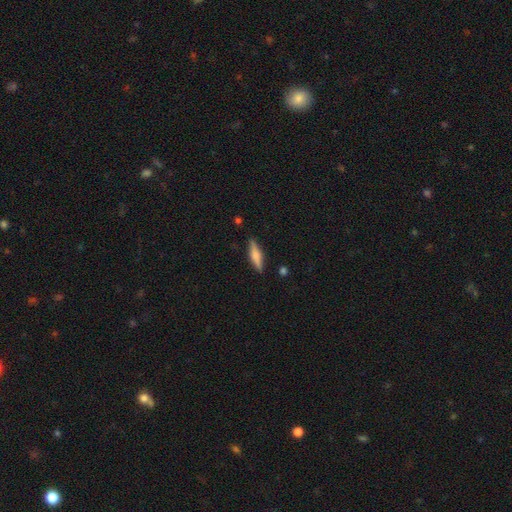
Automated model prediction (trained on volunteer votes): This is possibly a smooth galaxy (52%). How rounded: likely cigar-shaped (72%). Merging: clearly none (87%).